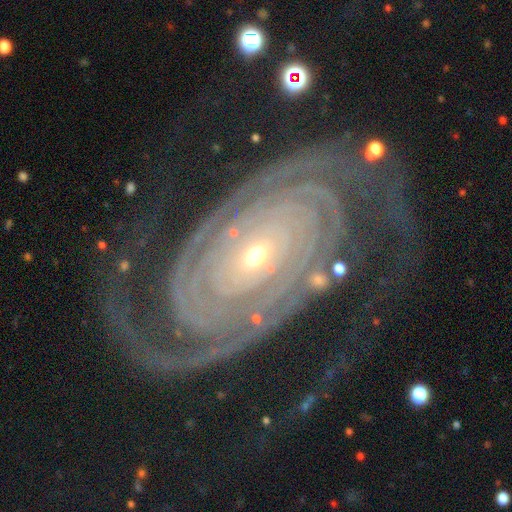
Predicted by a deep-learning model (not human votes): featured or disk 93%, star or artifact 4%, smooth 3%. Down the decision tree: edge-on disk — no (97%); bar — no (66%); spiral arms — yes (99%); spiral arm count — 2 (70%); spiral winding — tight (81%); bulge size — small (73%); merging — none (73%).